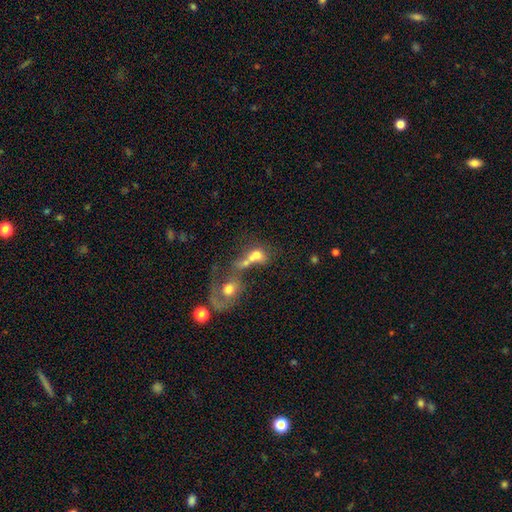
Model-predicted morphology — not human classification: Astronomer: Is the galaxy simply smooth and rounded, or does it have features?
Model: smooth — 57%.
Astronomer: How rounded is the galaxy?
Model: round — 51% (runner-up: in between, 47%).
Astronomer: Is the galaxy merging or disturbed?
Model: merger — 61%.